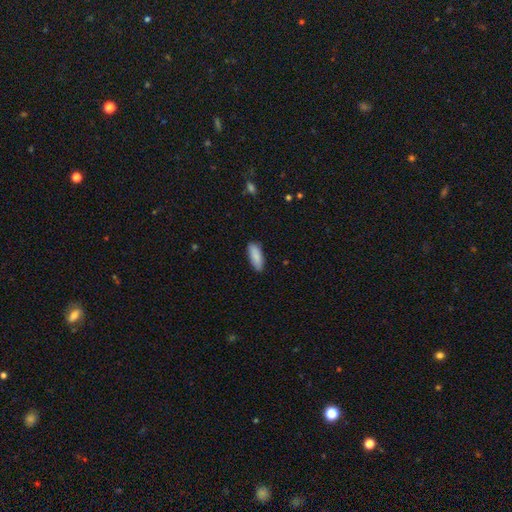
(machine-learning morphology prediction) A smooth galaxy with no disk features (88%) that is in between round and cigar-shaped (71%). Merging: none (86%).